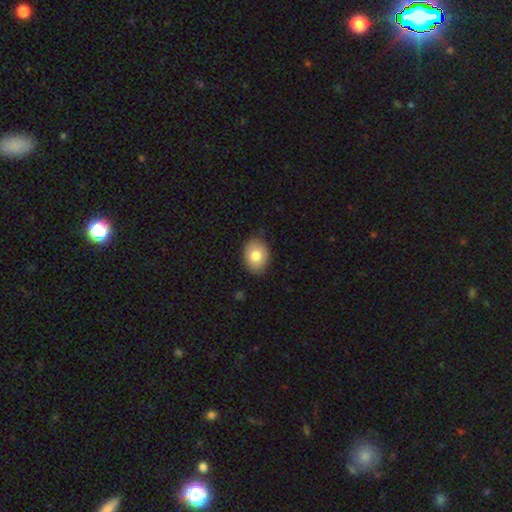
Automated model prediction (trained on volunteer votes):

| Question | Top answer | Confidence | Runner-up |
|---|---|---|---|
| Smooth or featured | smooth | 82% | featured or disk (11%) |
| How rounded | in between | 70% | round (29%) |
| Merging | none | 85% | minor disturbance (12%) |